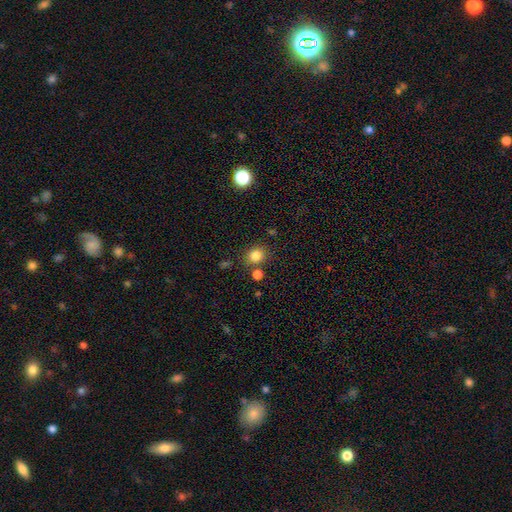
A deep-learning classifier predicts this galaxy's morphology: Q: Smooth or featured?
A: smooth (83%); runner-up: star or artifact (12%)
Q: How rounded?
A: round (70%); runner-up: in between (29%)
Q: Merging?
A: none (75%); runner-up: minor disturbance (11%)